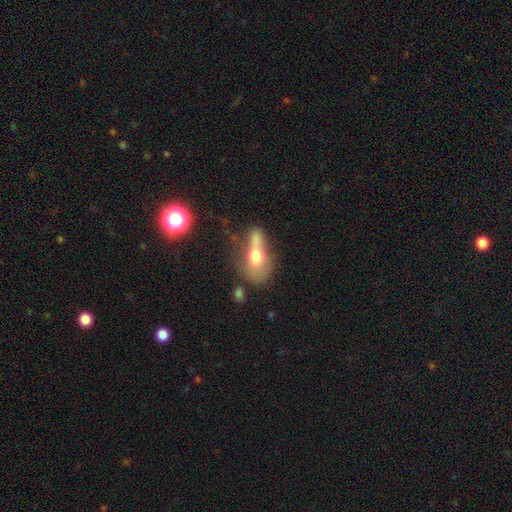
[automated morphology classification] Smooth or featured? Predicted: smooth (p=0.62). How rounded? Predicted: in between (p=0.71). Merging? Predicted: merger (p=0.29).